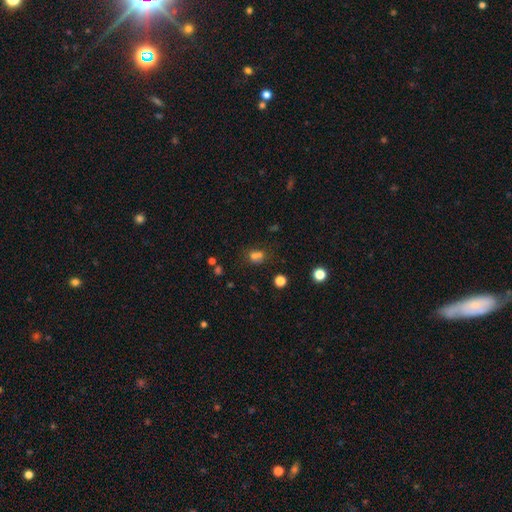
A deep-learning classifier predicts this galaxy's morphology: Smooth or featured? Predicted: smooth (p=0.67). How rounded? Predicted: round (p=0.68). Merging? Predicted: merger (p=0.47).